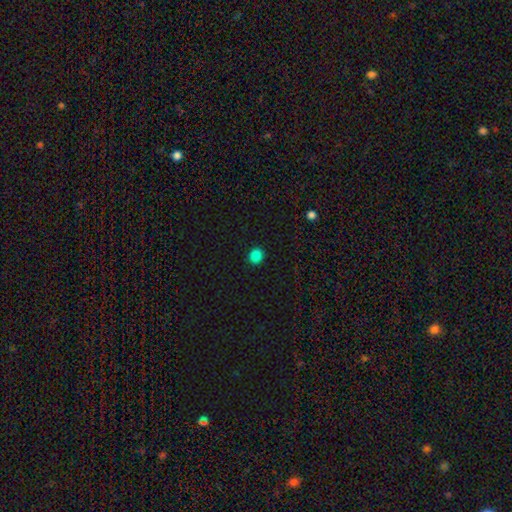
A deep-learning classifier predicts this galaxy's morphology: Smooth or featured?
  - smooth: 85% *
  - star or artifact: 12%
  - featured or disk: 3%
How rounded?
  - round: 81% *
  - in between: 18%
  - cigar-shaped: 1%
Merging?
  - none: 92% *
  - minor disturbance: 6%
  - major disturbance: 2%
  - merger: 1%